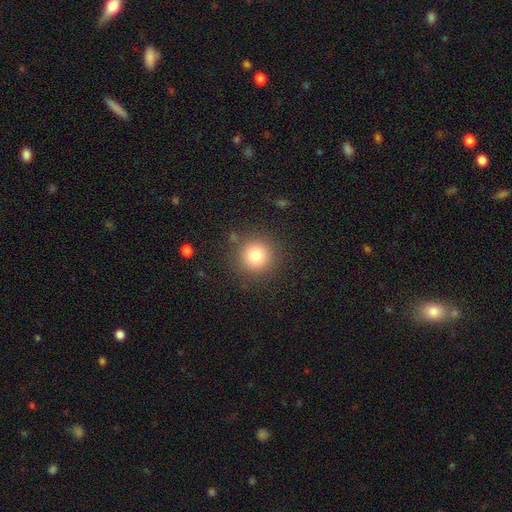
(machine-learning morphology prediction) smooth_or_featured: smooth (p=0.79) [alt: star or artifact p=0.13]
how_rounded: round (p=0.95) [alt: in between p=0.04]
merging: none (p=0.87) [alt: minor disturbance p=0.08]